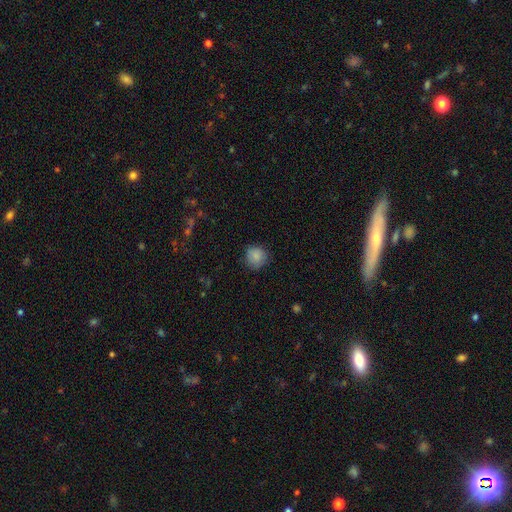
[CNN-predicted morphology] Q: Smooth or featured?
A: smooth (84%); runner-up: star or artifact (8%)
Q: How rounded?
A: round (89%); runner-up: in between (10%)
Q: Merging?
A: none (81%); runner-up: minor disturbance (15%)